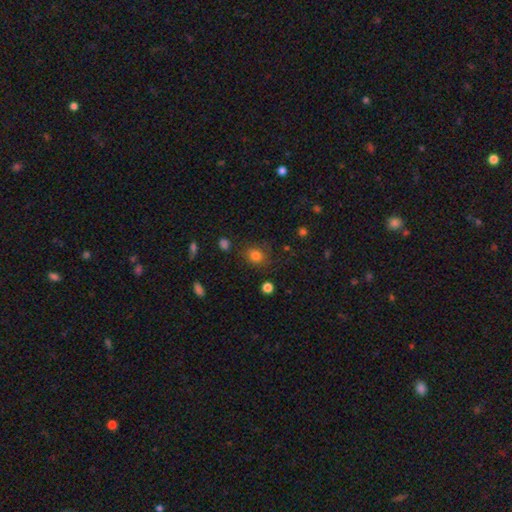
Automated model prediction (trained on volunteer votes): smooth-or-featured: smooth: 81% | star or artifact: 13% | featured or disk: 6%
  how-rounded: round: 65% | in between: 34% | cigar-shaped: 1%
  merging: none: 77% | minor disturbance: 15% | major disturbance: 6% | merger: 3%